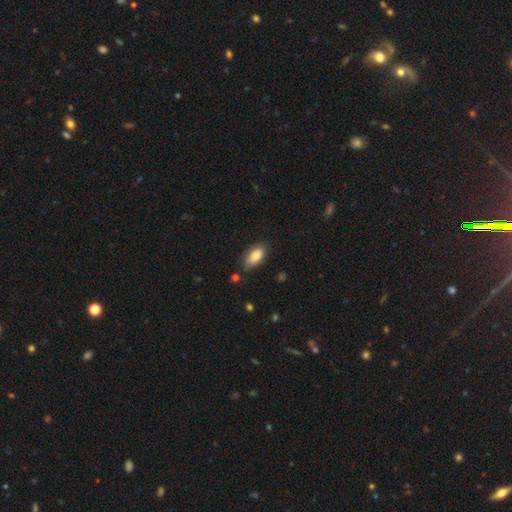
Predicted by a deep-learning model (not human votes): Overall: smooth (83%). How rounded: in between (90%). Merging: none (78%).